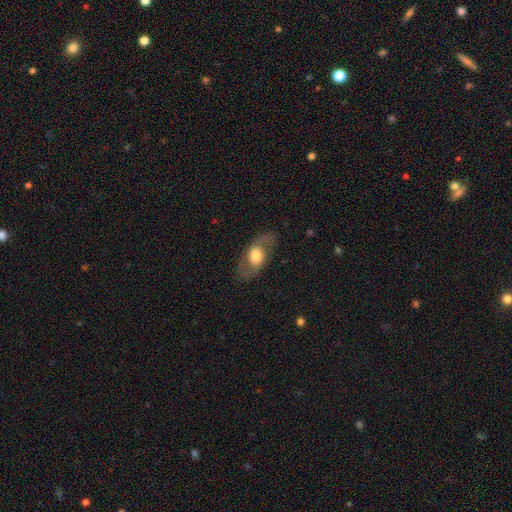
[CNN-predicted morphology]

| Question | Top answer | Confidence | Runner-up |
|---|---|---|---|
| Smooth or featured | featured or disk | 53% | smooth (41%) |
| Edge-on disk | no | 85% | yes (15%) |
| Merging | none | 75% | minor disturbance (14%) |